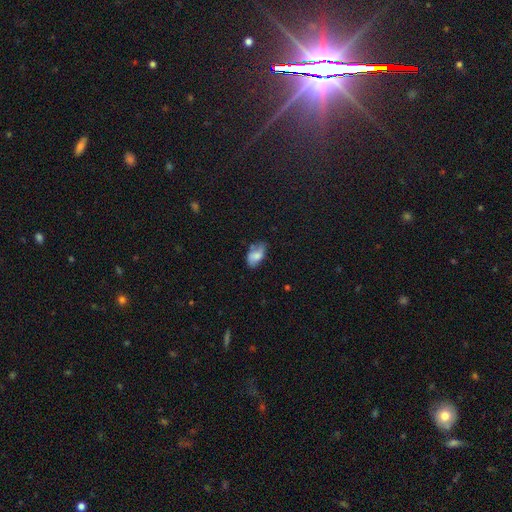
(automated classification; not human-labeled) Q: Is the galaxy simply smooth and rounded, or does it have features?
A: smooth — 70%.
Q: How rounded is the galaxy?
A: in between — 91%.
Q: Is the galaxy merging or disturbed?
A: none — 52%.